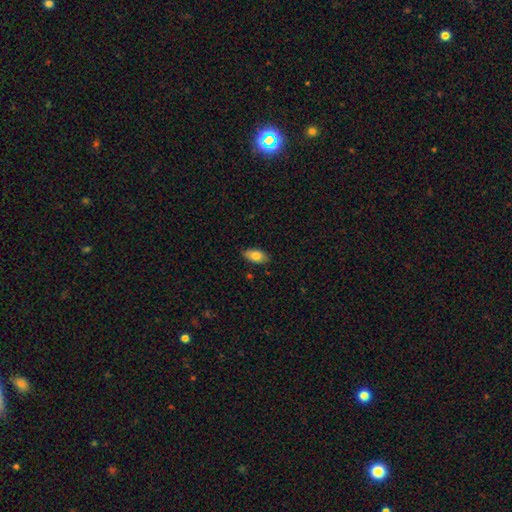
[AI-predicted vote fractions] Morphology: type=smooth (81%); roundness=in between (92%); merging=none (85%).